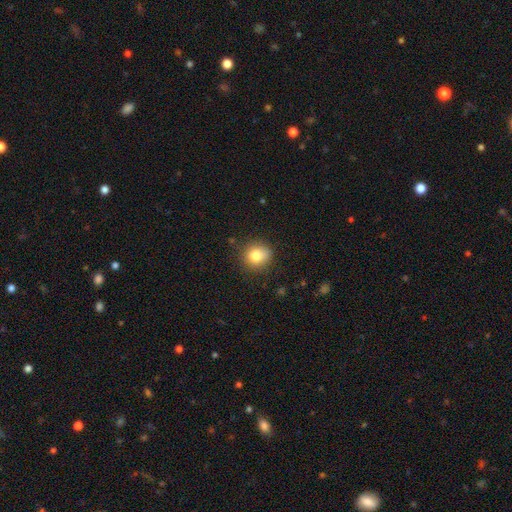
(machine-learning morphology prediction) The model was most divided on "how rounded": round: 83%, in between: 16%, cigar-shaped: 1%. More confident: merging — none (84%); smooth or featured — smooth (81%).